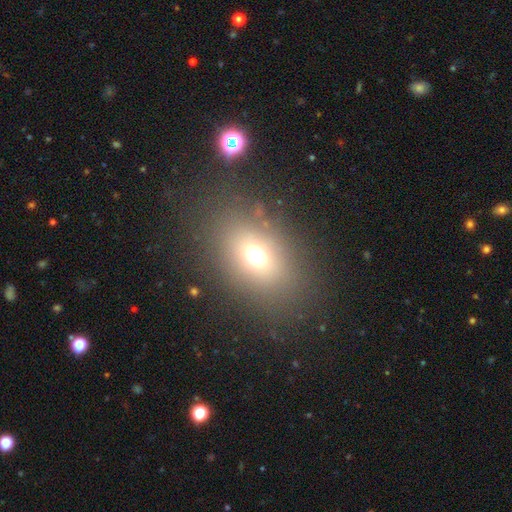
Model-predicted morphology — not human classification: The model was most divided on "how rounded": in between: 61%, round: 37%, cigar-shaped: 2%. More confident: merging — none (80%); smooth or featured — smooth (67%).